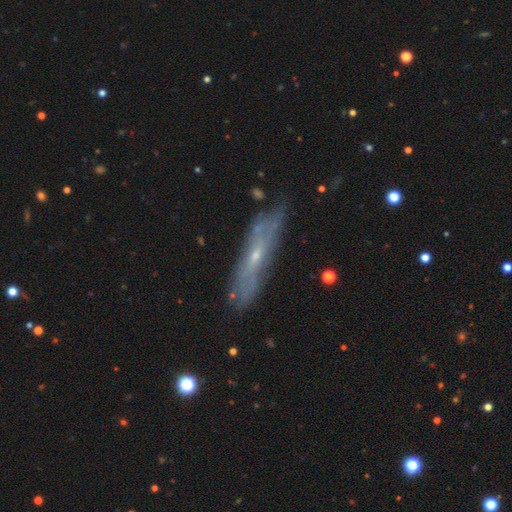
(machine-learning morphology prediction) Smooth or featured? featured or disk (63%)
Edge-on disk? yes (54%)
Merging? none (77%)